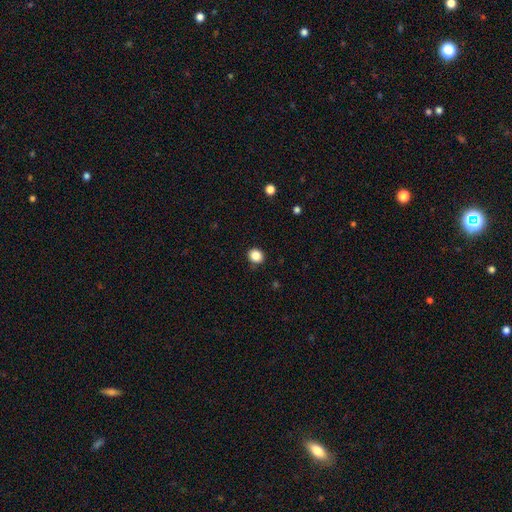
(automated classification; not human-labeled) Q: Smooth or featured?
A: smooth (86%); runner-up: star or artifact (10%)
Q: How rounded?
A: round (79%); runner-up: in between (20%)
Q: Merging?
A: none (89%); runner-up: minor disturbance (8%)